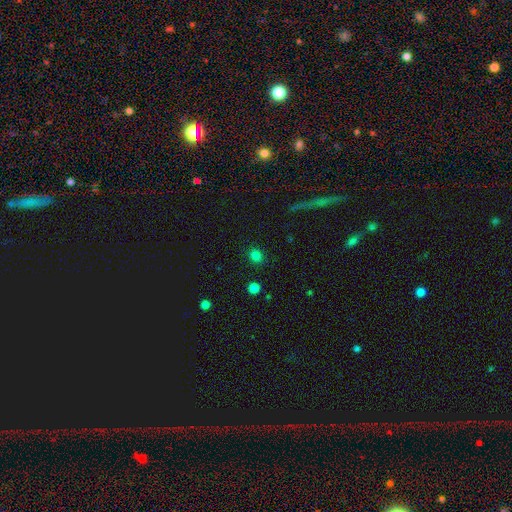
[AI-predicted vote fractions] The model was most divided on "how rounded": round: 73%, in between: 26%, cigar-shaped: 1%. More confident: merging — none (89%); smooth or featured — smooth (81%).